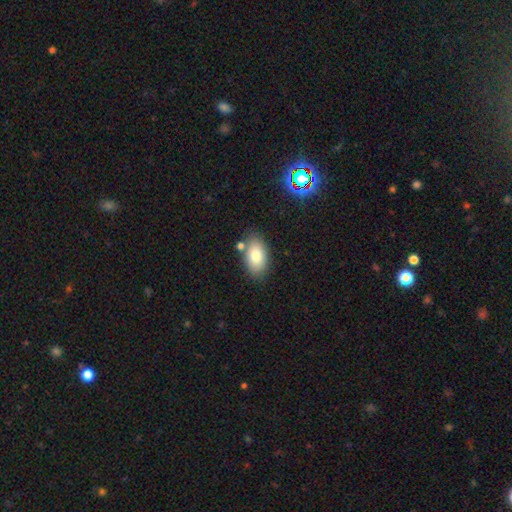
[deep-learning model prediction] Smooth or featured? smooth (80%)
How rounded? in between (93%)
Merging? none (77%)